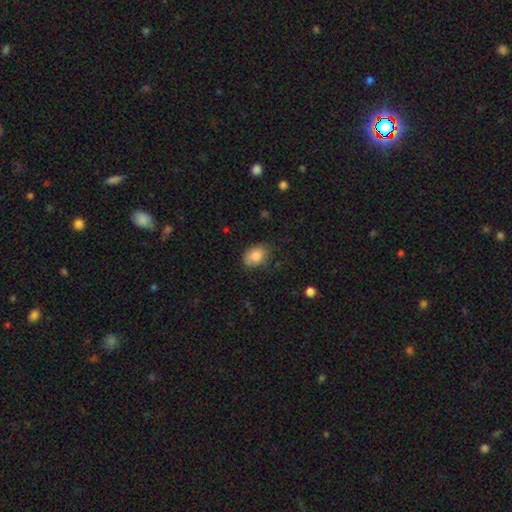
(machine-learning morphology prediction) Smooth or featured?
  - smooth: 85% *
  - star or artifact: 8%
  - featured or disk: 7%
How rounded?
  - in between: 76% *
  - round: 23%
  - cigar-shaped: 1%
Merging?
  - none: 73% *
  - minor disturbance: 21%
  - major disturbance: 5%
  - merger: 1%